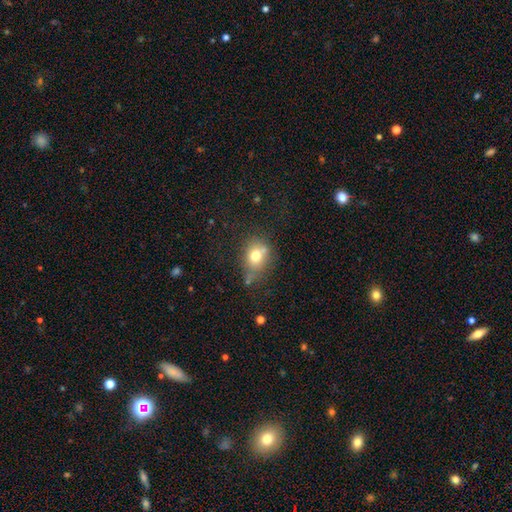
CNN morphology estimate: smooth 72%, featured or disk 16%, star or artifact 12%. Down the decision tree: how rounded — round (54%); merging — none (52%).